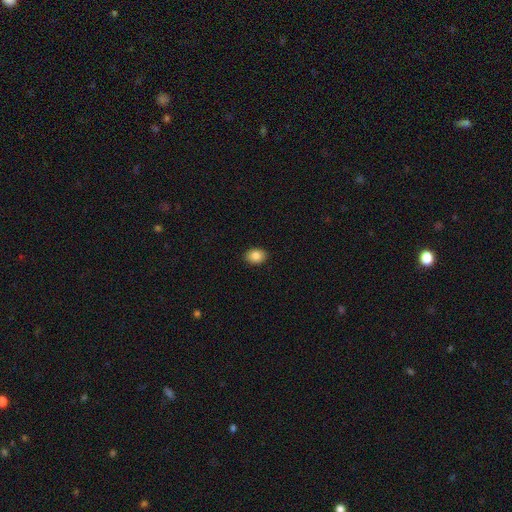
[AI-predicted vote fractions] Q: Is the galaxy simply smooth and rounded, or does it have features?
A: smooth — 86%.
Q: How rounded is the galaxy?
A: in between — 67%.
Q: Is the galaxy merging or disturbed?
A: none — 90%.